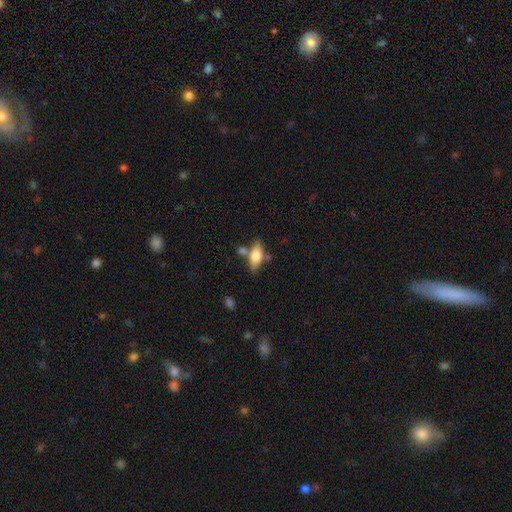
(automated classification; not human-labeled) Smooth or featured?
  - smooth: 57% *
  - featured or disk: 36%
  - star or artifact: 7%
How rounded?
  - in between: 70% *
  - cigar-shaped: 25%
  - round: 5%
Merging?
  - none: 62% *
  - minor disturbance: 17%
  - merger: 15%
  - major disturbance: 6%